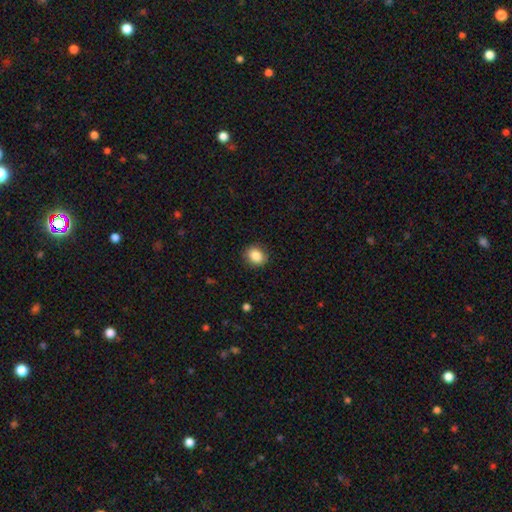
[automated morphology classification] smooth 86%, star or artifact 9%, featured or disk 5%. Down the decision tree: how rounded — round (54%); merging — none (88%).